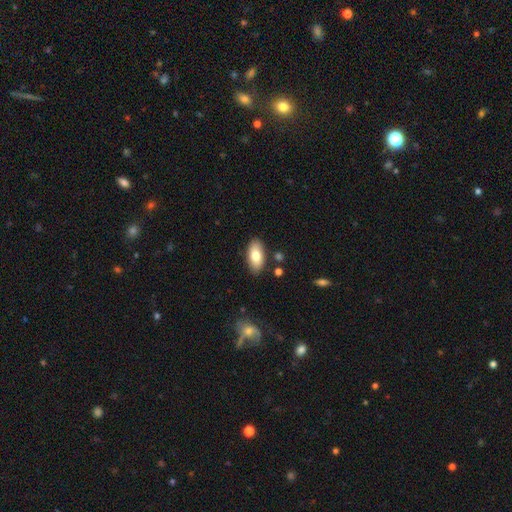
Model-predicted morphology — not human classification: type=smooth (79%); roundness=in between (92%); merging=none (85%).